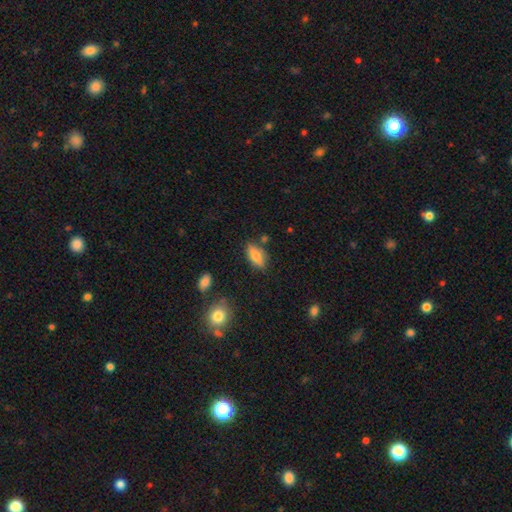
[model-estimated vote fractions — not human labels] Overall: smooth (73%). How rounded: in between (73%). Merging: none (75%).